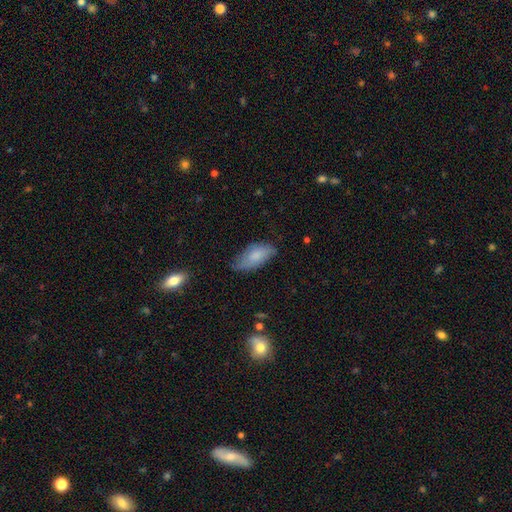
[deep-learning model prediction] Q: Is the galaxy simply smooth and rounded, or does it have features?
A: smooth — 76%.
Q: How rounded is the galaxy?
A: in between — 90%.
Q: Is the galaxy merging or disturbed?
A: none — 60%.